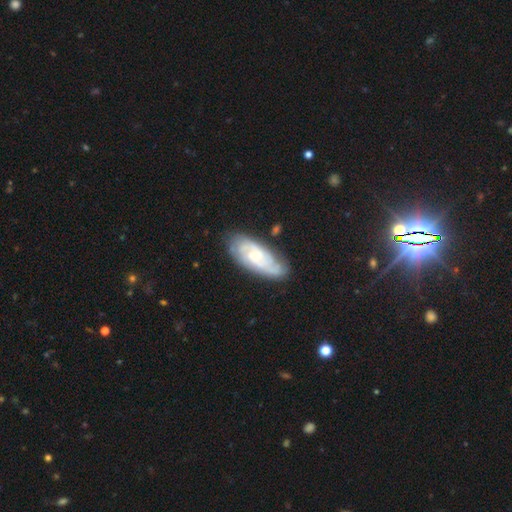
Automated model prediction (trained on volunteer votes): Morphology: type=featured or disk (76%); edge-on=no (91%); bar=no (59%); spiral arms=yes (94%); winding=tight (58%); arm count=2 (36%); bulge=small (50%); merging=none (76%).